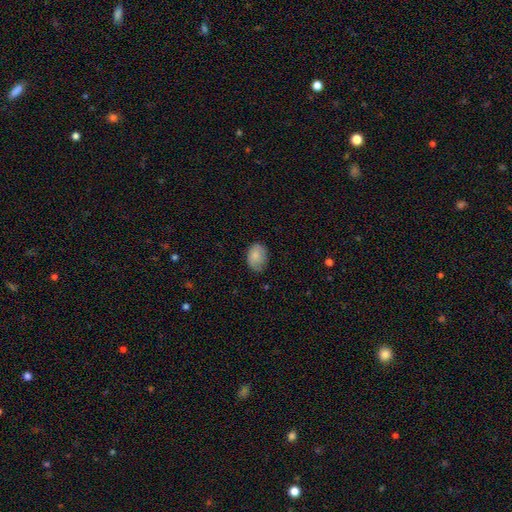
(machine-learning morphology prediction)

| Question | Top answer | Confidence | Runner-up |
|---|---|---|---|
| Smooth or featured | smooth | 83% | featured or disk (10%) |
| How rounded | in between | 78% | round (21%) |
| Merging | none | 69% | minor disturbance (25%) |